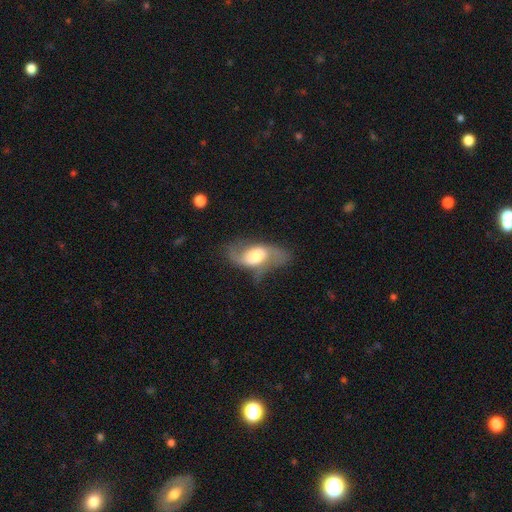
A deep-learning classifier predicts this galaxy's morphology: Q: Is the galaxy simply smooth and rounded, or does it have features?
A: featured or disk — 69%.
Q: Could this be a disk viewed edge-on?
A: no — 93%.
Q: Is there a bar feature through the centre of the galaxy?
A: no — 48%.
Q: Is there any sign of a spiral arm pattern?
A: yes — 87%.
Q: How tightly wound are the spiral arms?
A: loose — 65%.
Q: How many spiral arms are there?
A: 2 — 88%.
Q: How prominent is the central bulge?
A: moderate — 51%.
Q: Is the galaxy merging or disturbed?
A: none — 50%.